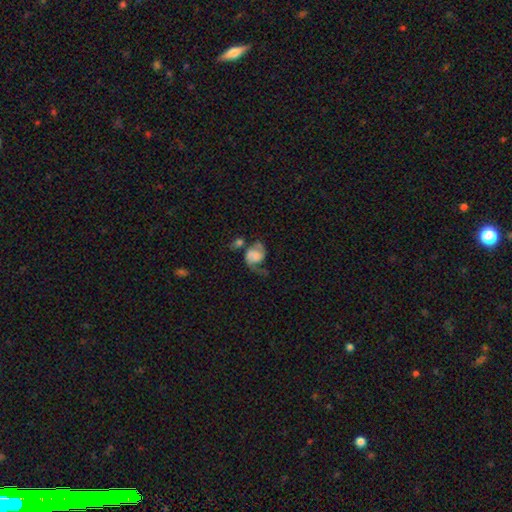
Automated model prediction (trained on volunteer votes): The model was most divided on "merging": none: 31%, major disturbance: 30%, minor disturbance: 21%, merger: 18%. Remaining: edge-on disk — no (98%); spiral arms — yes (86%); bar — no (67%); smooth or featured — featured or disk (59%); bulge size — none (40%).